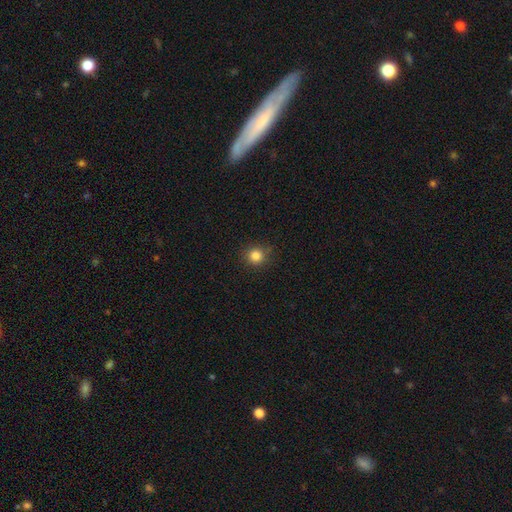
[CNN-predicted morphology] Smooth or featured? Predicted: smooth (p=0.83). How rounded? Predicted: round (p=0.90). Merging? Predicted: none (p=0.89).